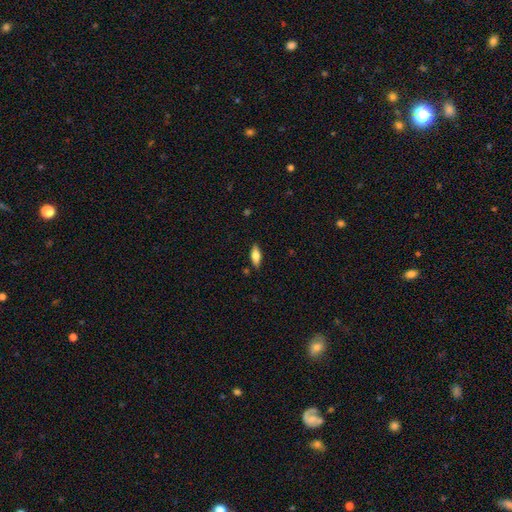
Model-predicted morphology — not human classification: Smooth or featured?
  - smooth: 65% *
  - featured or disk: 28%
  - star or artifact: 7%
How rounded?
  - in between: 74% *
  - cigar-shaped: 23%
  - round: 3%
Merging?
  - none: 86% *
  - minor disturbance: 10%
  - major disturbance: 2%
  - merger: 1%